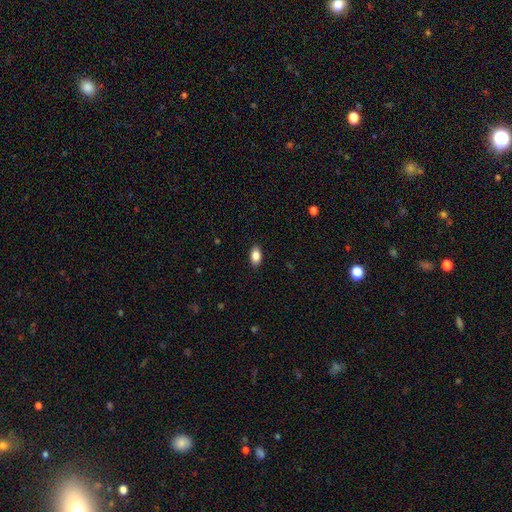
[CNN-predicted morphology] A smooth galaxy with no disk features (86%) that is in between round and cigar-shaped (91%). Merging: none (88%).